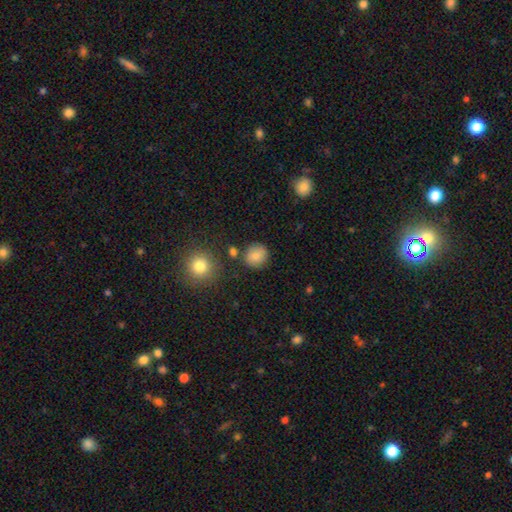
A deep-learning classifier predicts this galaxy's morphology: Smooth or featured? Predicted: smooth (p=0.83). How rounded? Predicted: round (p=0.90). Merging? Predicted: none (p=0.83).